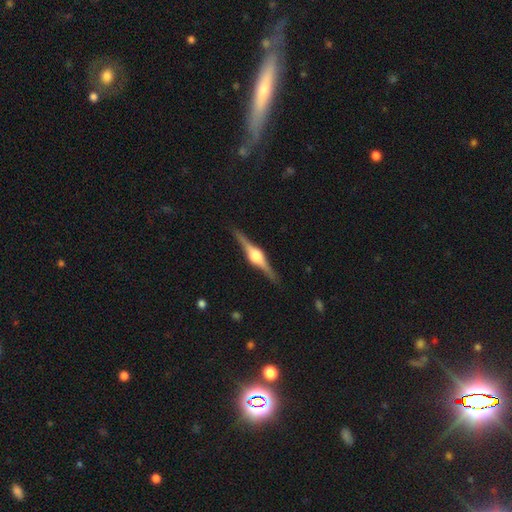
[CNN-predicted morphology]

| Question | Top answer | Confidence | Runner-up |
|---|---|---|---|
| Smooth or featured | featured or disk | 87% | smooth (8%) |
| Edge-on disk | yes | 99% | no (1%) |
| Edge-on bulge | rounded | 92% | boxy (7%) |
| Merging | none | 91% | minor disturbance (6%) |